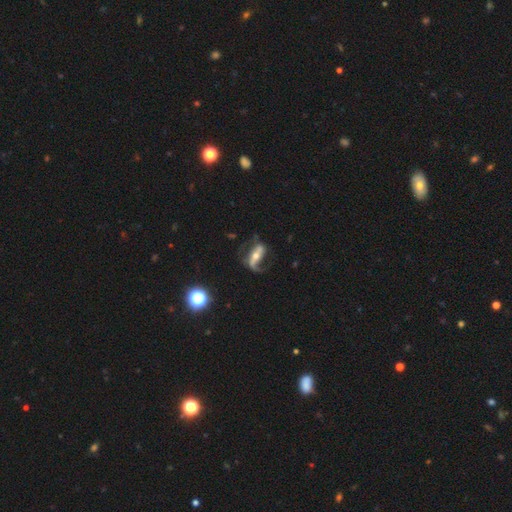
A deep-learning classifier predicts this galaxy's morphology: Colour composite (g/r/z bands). It shows a featured or disk galaxy (77%) with a strong bar (54%), 2 (65%) loose (57%) spiral arms (87%) and a moderate central bulge (56%). Merging: none (49%).